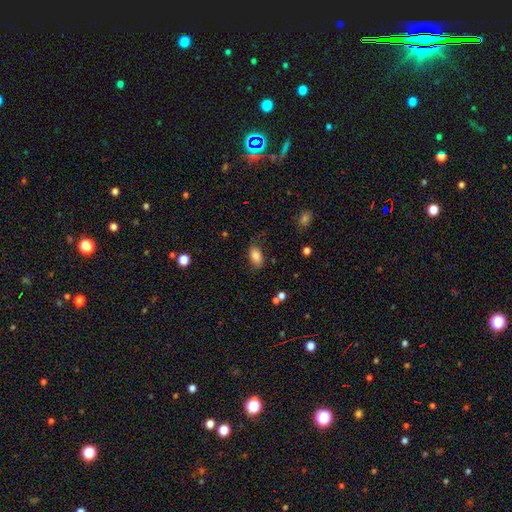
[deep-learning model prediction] Smooth or featured: smooth — 81% (featured or disk — 10%)
How rounded: in between — 90% (round — 8%)
Merging: none — 73% (minor disturbance — 20%)